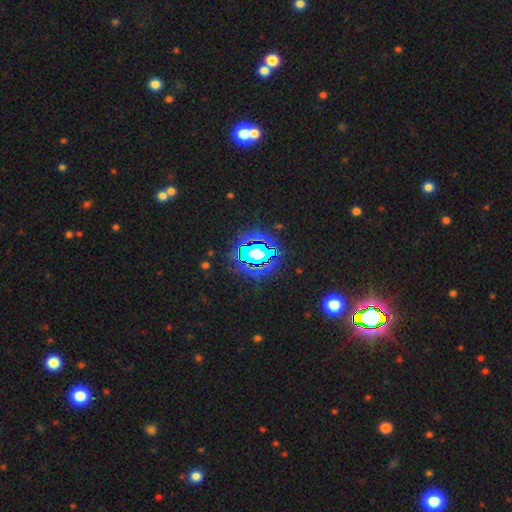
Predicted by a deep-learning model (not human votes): smooth_or_featured: star or artifact (p=0.74) [alt: smooth p=0.14]